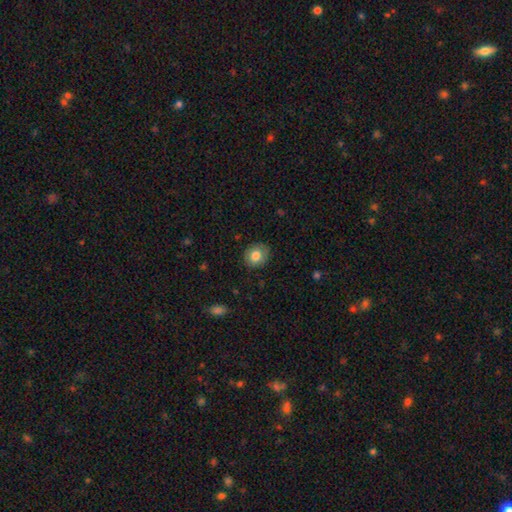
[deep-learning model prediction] A smooth galaxy with no disk features (80%) that is round (72%). Merging: none (86%).